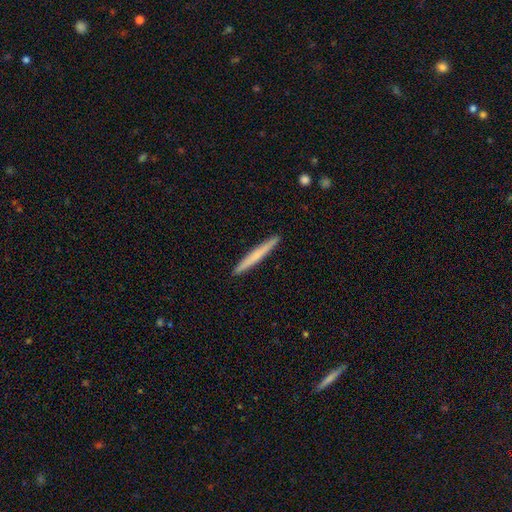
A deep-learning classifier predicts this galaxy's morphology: Smooth or featured? smooth (62%)
How rounded? cigar-shaped (97%)
Merging? none (93%)